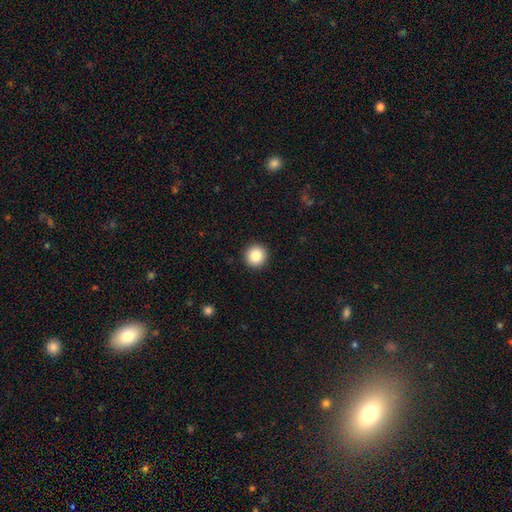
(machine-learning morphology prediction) smooth-or-featured: smooth: 86% | star or artifact: 9% | featured or disk: 5%
  how-rounded: round: 95% | in between: 4% | cigar-shaped: 1%
  merging: none: 93% | minor disturbance: 5% | major disturbance: 2% | merger: 1%